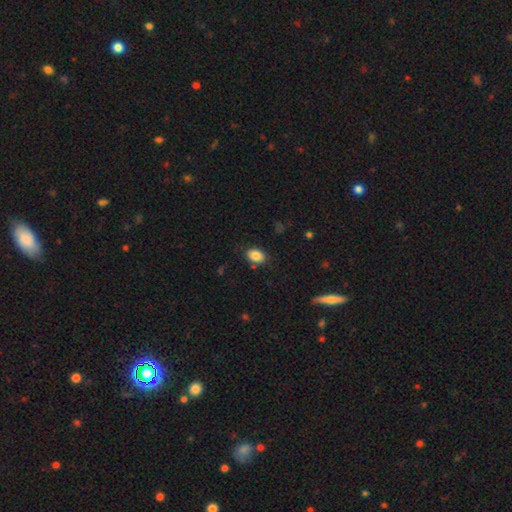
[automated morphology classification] Smooth or featured? Predicted: smooth (p=0.86). How rounded? Predicted: in between (p=0.78). Merging? Predicted: none (p=0.81).